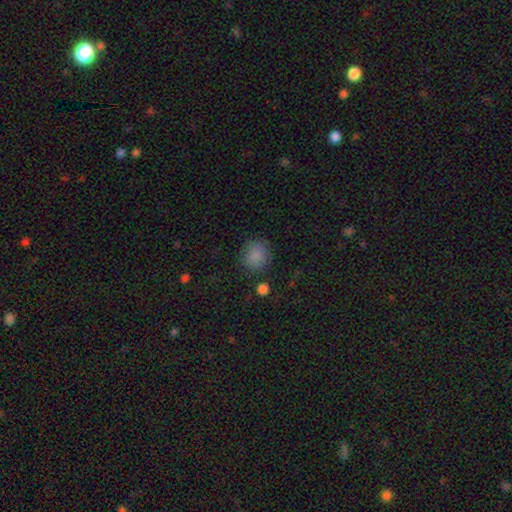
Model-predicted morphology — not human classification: Q: Smooth or featured?
A: smooth (85%); runner-up: star or artifact (11%)
Q: How rounded?
A: round (85%); runner-up: in between (14%)
Q: Merging?
A: none (82%); runner-up: minor disturbance (11%)